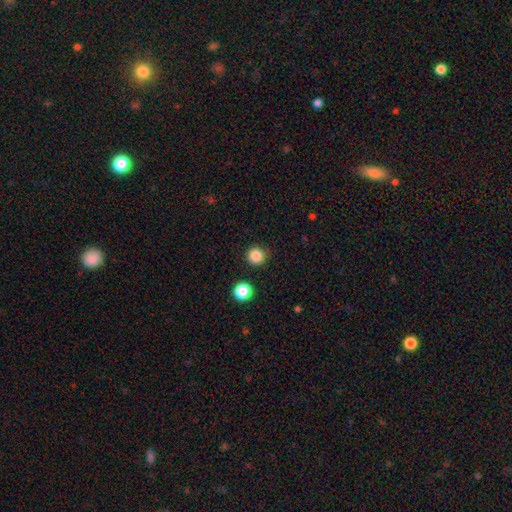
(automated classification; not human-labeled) Overall: smooth (85%). How rounded: round (95%). Merging: none (90%).